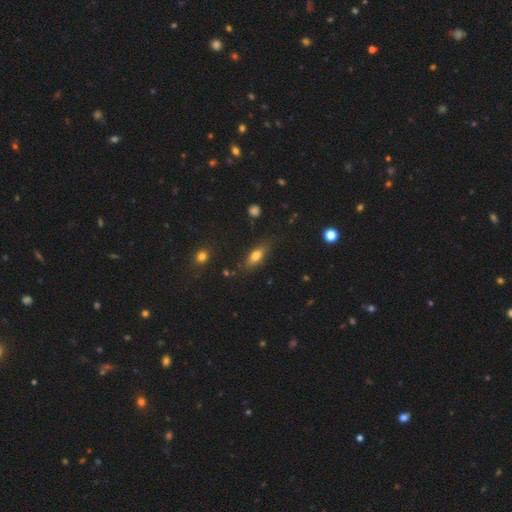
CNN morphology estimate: Q: Smooth or featured?
A: smooth (68%); runner-up: featured or disk (23%)
Q: How rounded?
A: in between (66%); runner-up: cigar-shaped (29%)
Q: Merging?
A: none (78%); runner-up: minor disturbance (16%)